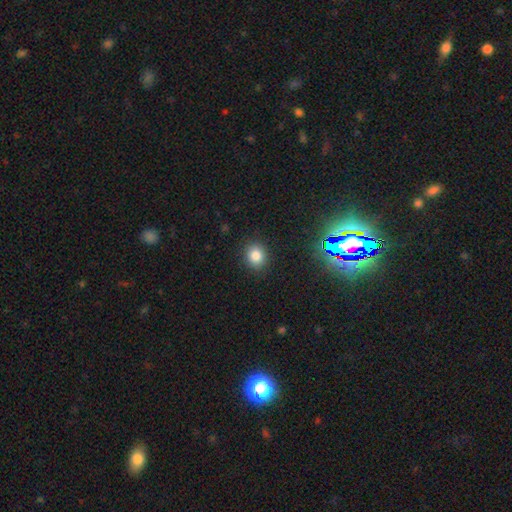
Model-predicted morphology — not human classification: This appears to be a smooth galaxy with no disk features (82%) that is round (75%). Merging: none (89%).